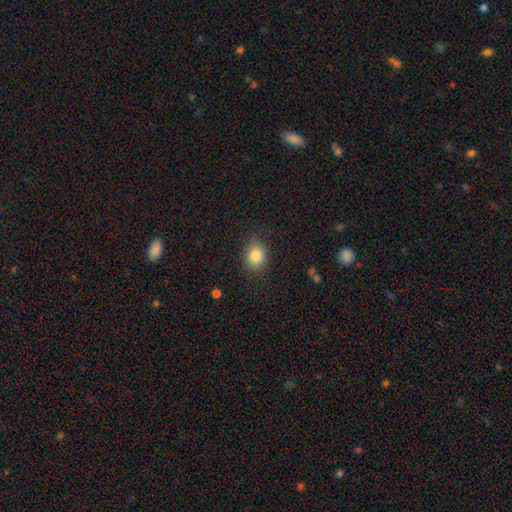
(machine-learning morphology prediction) smooth_or_featured: smooth (p=0.84) [alt: star or artifact p=0.09]
how_rounded: in between (p=0.54) [alt: round p=0.45]
merging: none (p=0.84) [alt: minor disturbance p=0.12]